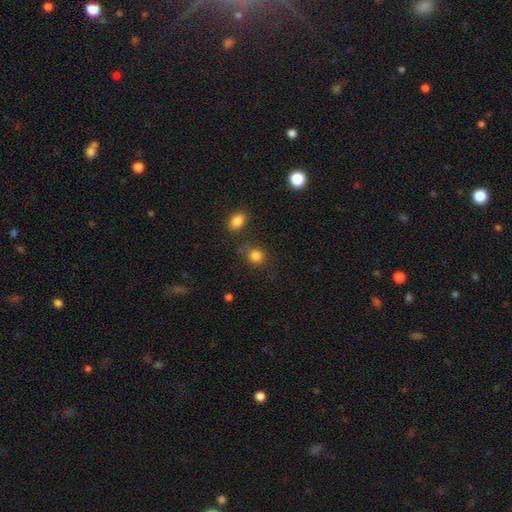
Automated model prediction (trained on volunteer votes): smooth 84%, star or artifact 12%, featured or disk 4%. Down the decision tree: how rounded — round (82%); merging — none (75%).